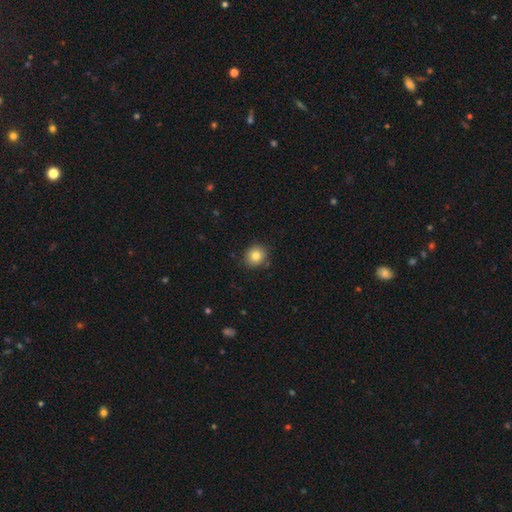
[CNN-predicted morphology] Smooth or featured? smooth (82%)
How rounded? round (83%)
Merging? none (86%)